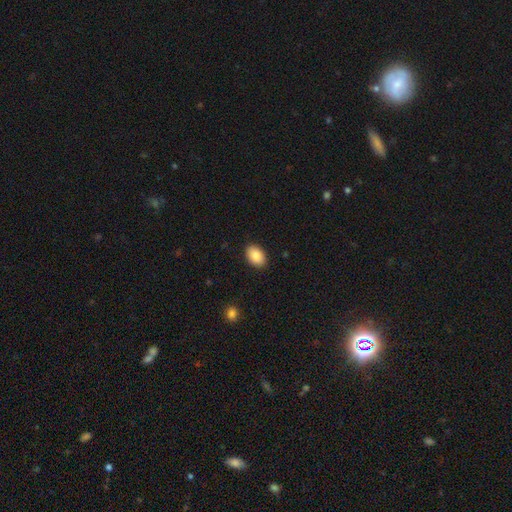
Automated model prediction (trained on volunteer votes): smooth_or_featured: smooth (p=0.89) [alt: star or artifact p=0.07]
how_rounded: in between (p=0.88) [alt: round p=0.11]
merging: none (p=0.90) [alt: minor disturbance p=0.08]